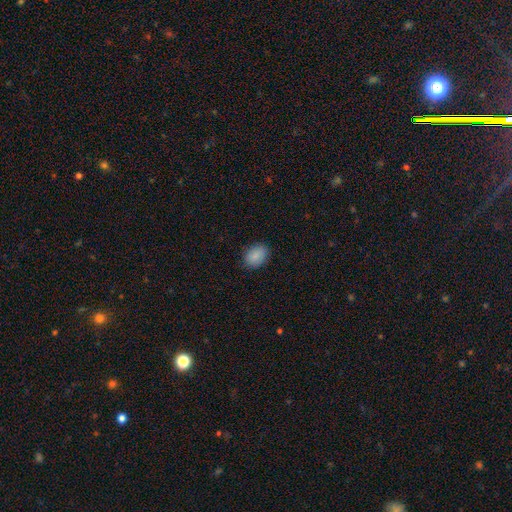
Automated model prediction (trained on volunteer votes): smooth_or_featured: smooth (p=0.88) [alt: star or artifact p=0.08]
how_rounded: in between (p=0.72) [alt: round p=0.27]
merging: none (p=0.86) [alt: minor disturbance p=0.11]